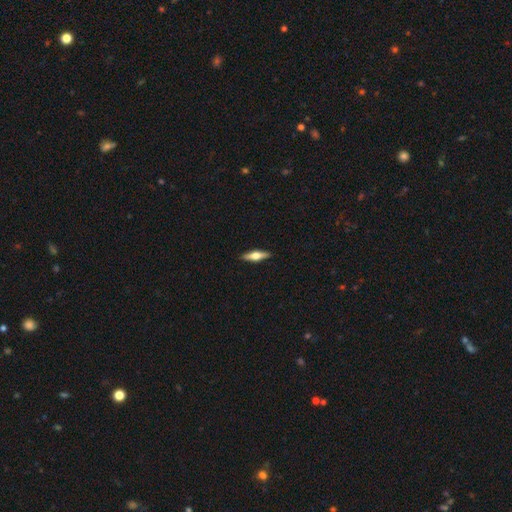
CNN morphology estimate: Smooth or featured? Predicted: featured or disk (p=0.52). Edge-on disk? Predicted: yes (p=0.95). Merging? Predicted: none (p=0.91).